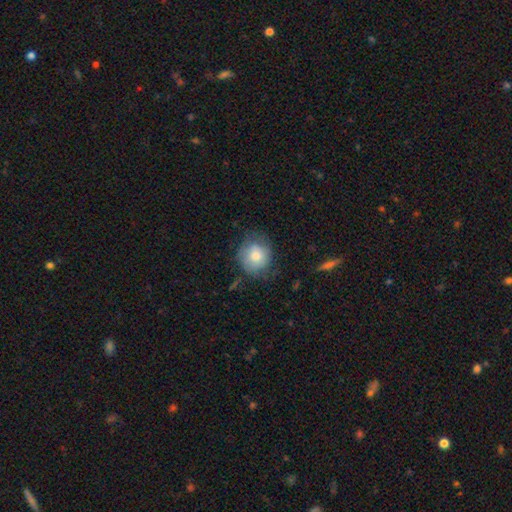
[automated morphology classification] This appears to be a smooth galaxy with no disk features (74%) that is round (81%). Merging: none (65%).